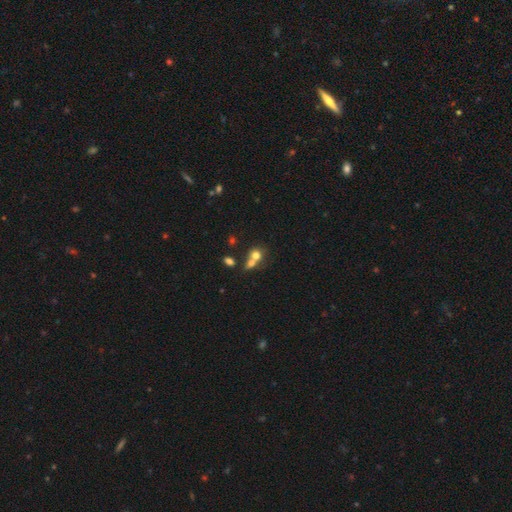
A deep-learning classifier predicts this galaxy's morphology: The model was most divided on "merging": merger: 57%, none: 32%, minor disturbance: 7%, major disturbance: 4%. More confident: how rounded — round (72%); smooth or featured — smooth (70%).